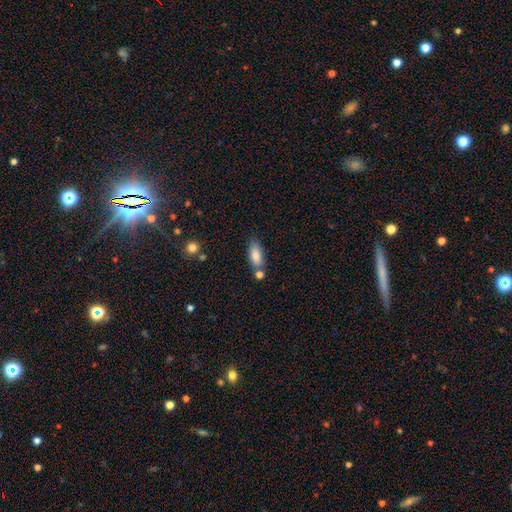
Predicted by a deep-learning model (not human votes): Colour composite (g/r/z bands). It shows a smooth galaxy with no disk features (84%) that is in between round and cigar-shaped (77%). Merging: none (64%).